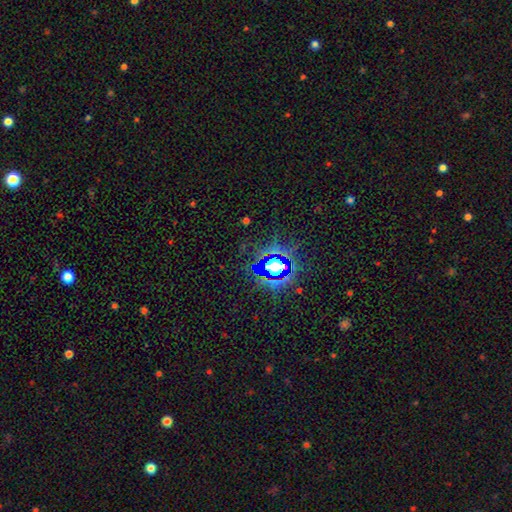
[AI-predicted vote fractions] smooth_or_featured: star or artifact (p=0.83) [alt: smooth p=0.11]